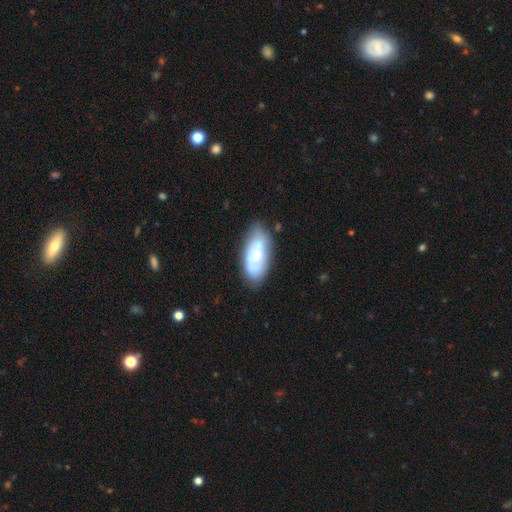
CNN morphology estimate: Smooth or featured?
  - smooth: 51% *
  - featured or disk: 43%
  - star or artifact: 7%
How rounded?
  - in between: 89% *
  - cigar-shaped: 8%
  - round: 3%
Merging?
  - none: 65% *
  - minor disturbance: 23%
  - major disturbance: 7%
  - merger: 6%